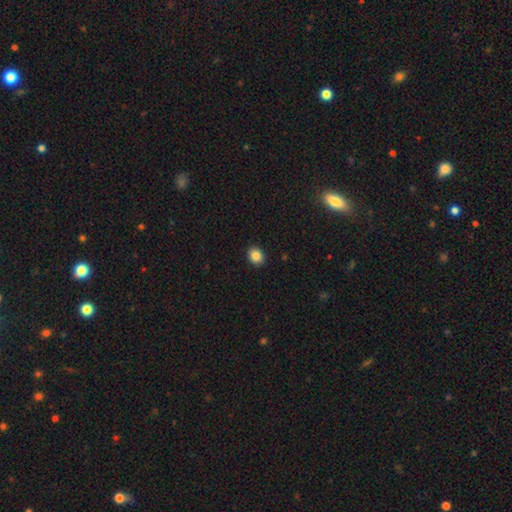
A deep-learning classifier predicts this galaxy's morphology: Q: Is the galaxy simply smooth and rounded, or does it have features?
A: smooth — 86%.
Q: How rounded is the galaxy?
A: round — 64%.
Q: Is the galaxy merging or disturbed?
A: none — 92%.